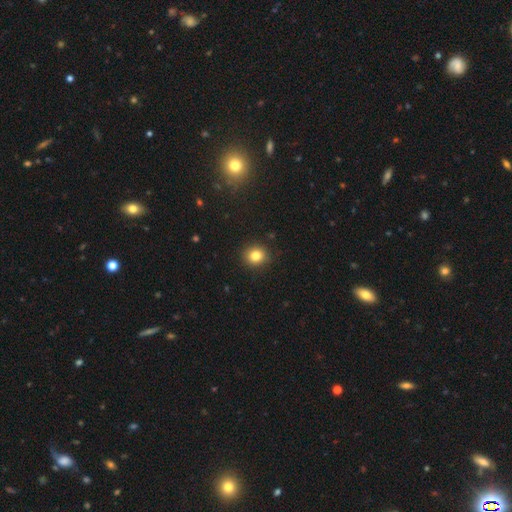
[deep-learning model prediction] This is clearly a smooth galaxy (82%). How rounded: clearly round (82%). Merging: clearly none (91%).